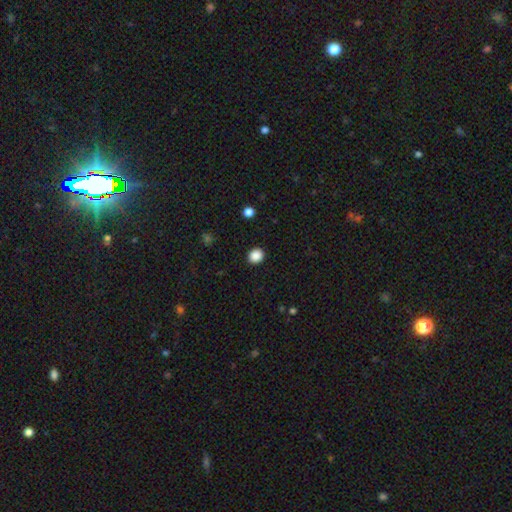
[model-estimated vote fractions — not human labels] smooth_or_featured: smooth (p=0.88) [alt: star or artifact p=0.10]
how_rounded: round (p=0.78) [alt: in between p=0.21]
merging: none (p=0.92) [alt: minor disturbance p=0.05]